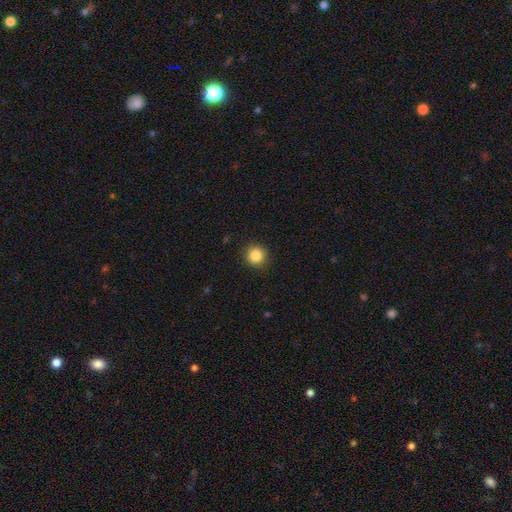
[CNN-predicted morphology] smooth 85%, star or artifact 10%, featured or disk 5%. Down the decision tree: how rounded — round (93%); merging — none (90%).